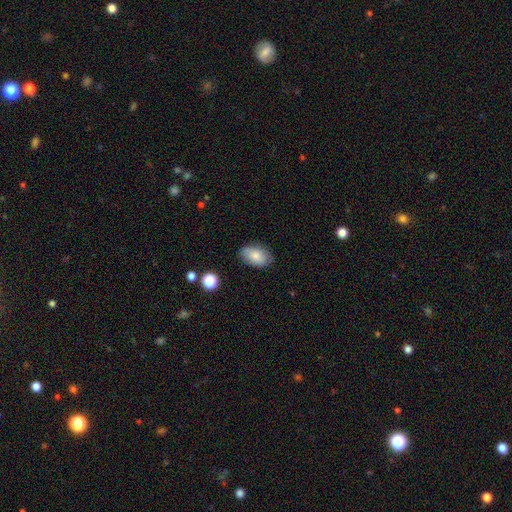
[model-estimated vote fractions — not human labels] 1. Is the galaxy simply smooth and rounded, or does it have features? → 81% smooth, 11% featured or disk, 7% star or artifact.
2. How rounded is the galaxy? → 91% in between, 7% round, 1% cigar-shaped.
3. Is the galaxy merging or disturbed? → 78% none, 17% minor disturbance, 3% major disturbance, 1% merger.